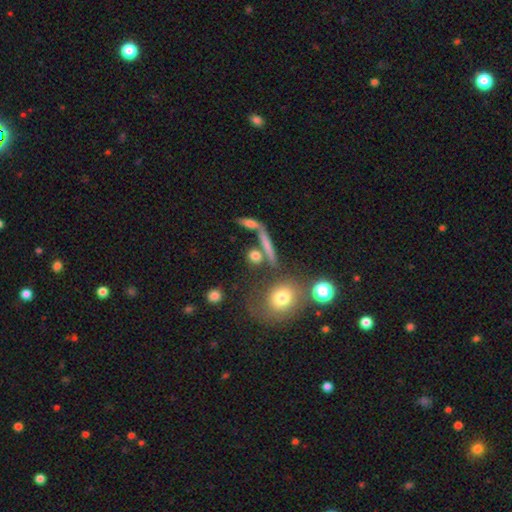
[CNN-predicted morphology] A smooth galaxy with no disk features (70%) that is round (52%).

Vote fractions:
- Smooth or featured? smooth: 70% / featured or disk: 16% / star or artifact: 14%
- How rounded? round: 52% / cigar-shaped: 26% / in between: 22%
- Merging? none: 61% / merger: 22% / minor disturbance: 11% / major disturbance: 7%